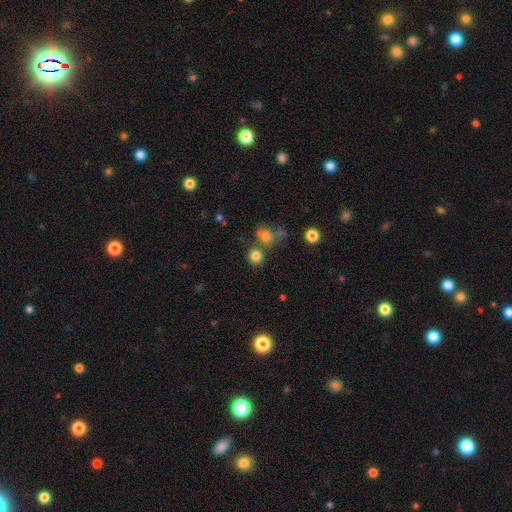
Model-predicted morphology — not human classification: The model was most divided on "merging": none: 67%, merger: 20%, minor disturbance: 9%, major disturbance: 4%. More confident: how rounded — round (86%); smooth or featured — smooth (79%).